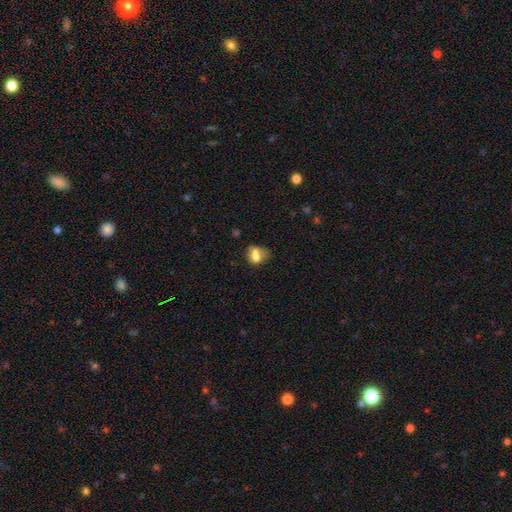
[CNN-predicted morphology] Smooth or featured?
  - smooth: 68% *
  - featured or disk: 21%
  - star or artifact: 11%
How rounded?
  - in between: 51% *
  - round: 47%
  - cigar-shaped: 2%
Merging?
  - merger: 35% *
  - none: 31%
  - minor disturbance: 20%
  - major disturbance: 13%